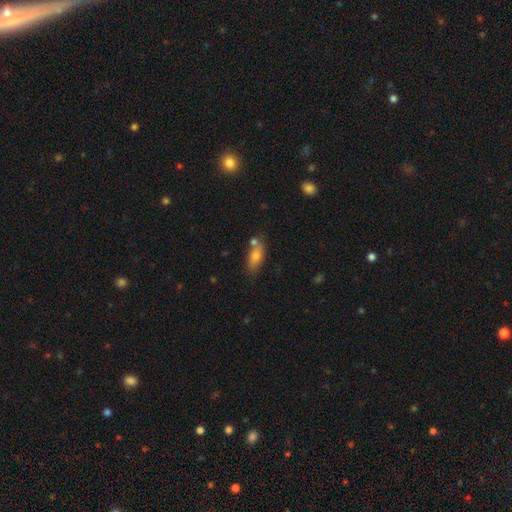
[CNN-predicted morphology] A smooth galaxy with no disk features (73%) that is in between round and cigar-shaped (78%). Merging: none (59%).